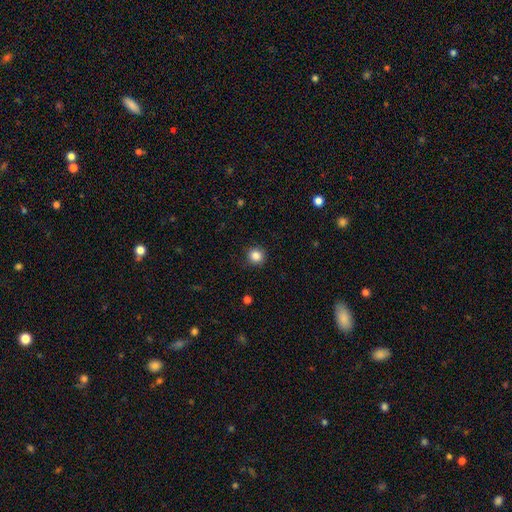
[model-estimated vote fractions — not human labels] Smooth or featured? smooth (85%)
How rounded? round (91%)
Merging? none (90%)